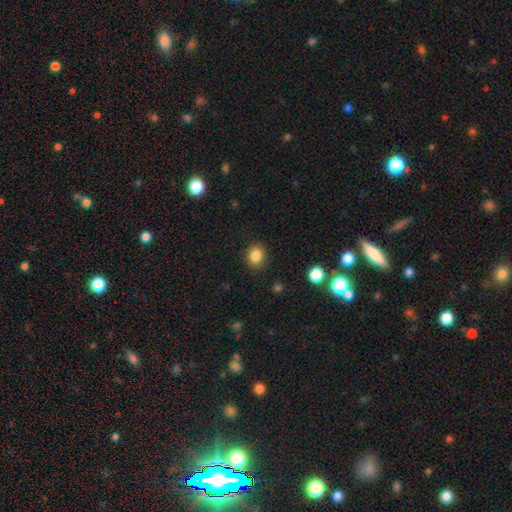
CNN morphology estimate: Smooth or featured? Predicted: smooth (p=0.85). How rounded? Predicted: round (p=0.61). Merging? Predicted: none (p=0.88).